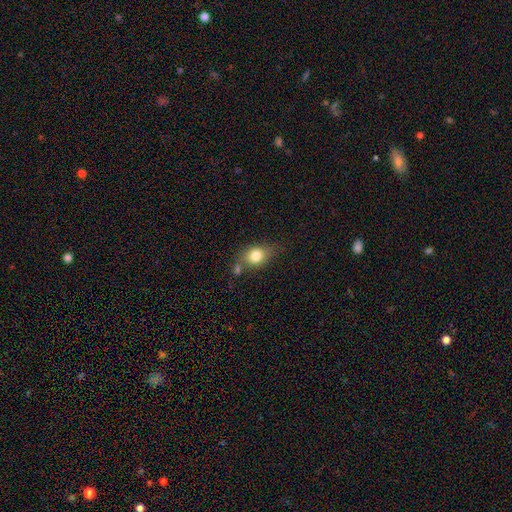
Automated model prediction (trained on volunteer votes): smooth 77%, featured or disk 13%, star or artifact 9%. Down the decision tree: how rounded — in between (59%); merging — none (56%).